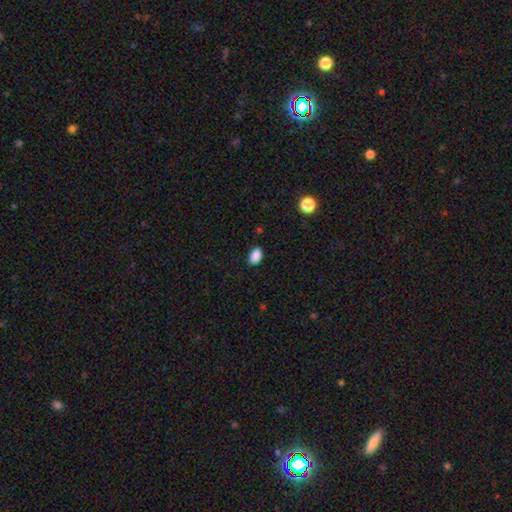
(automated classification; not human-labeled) smooth-or-featured: smooth: 88% | star or artifact: 9% | featured or disk: 3%
  how-rounded: in between: 89% | round: 9% | cigar-shaped: 2%
  merging: none: 83% | minor disturbance: 13% | major disturbance: 2% | merger: 1%